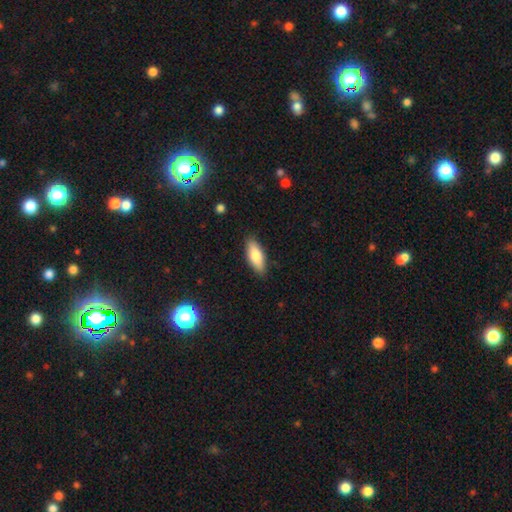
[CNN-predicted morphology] A smooth galaxy with no disk features (76%) that is in between round and cigar-shaped (70%). Merging: none (87%).